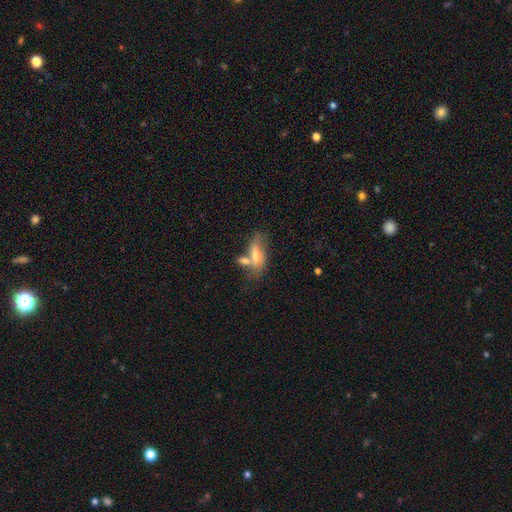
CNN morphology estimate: A smooth galaxy with no disk features (53%) that is in between round and cigar-shaped (69%). Merging: merger (37%).